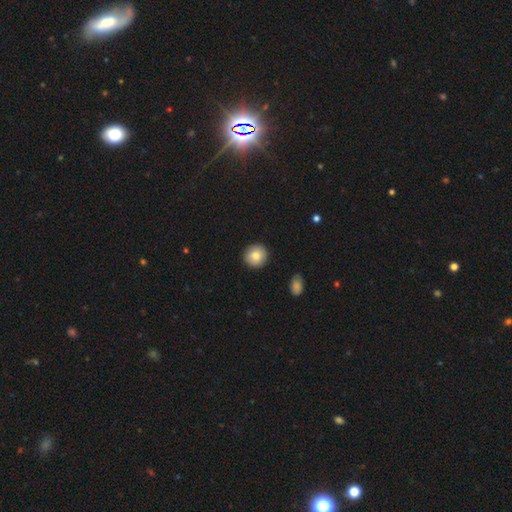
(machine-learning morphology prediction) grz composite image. It shows a smooth galaxy with no disk features (82%) that is round (92%). Merging: none (92%).